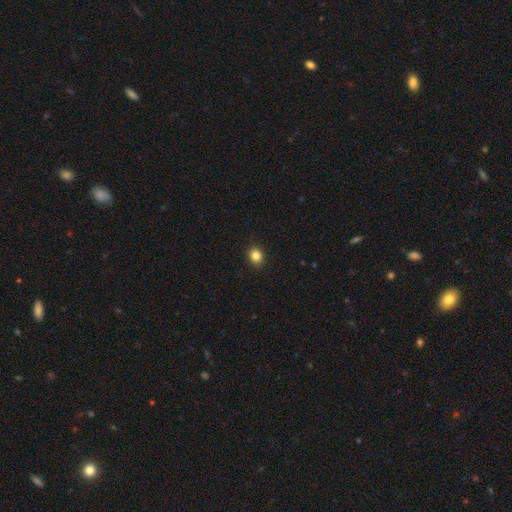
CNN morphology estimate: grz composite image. It shows a smooth galaxy with no disk features (84%) that is round (64%). Merging: none (91%).